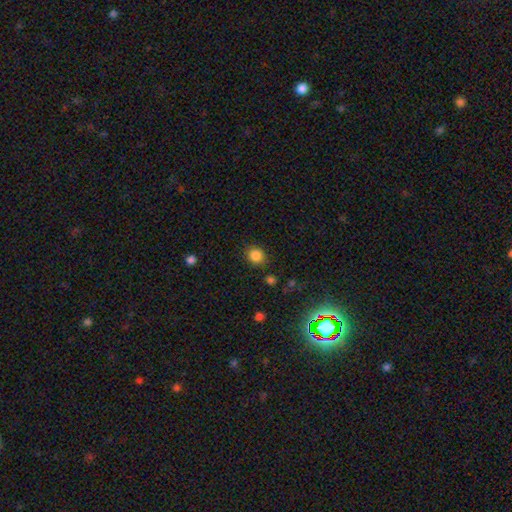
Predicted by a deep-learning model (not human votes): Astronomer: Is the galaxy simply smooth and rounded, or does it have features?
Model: smooth — 85%.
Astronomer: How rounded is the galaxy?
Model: round — 75%.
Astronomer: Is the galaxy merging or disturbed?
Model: none — 87%.